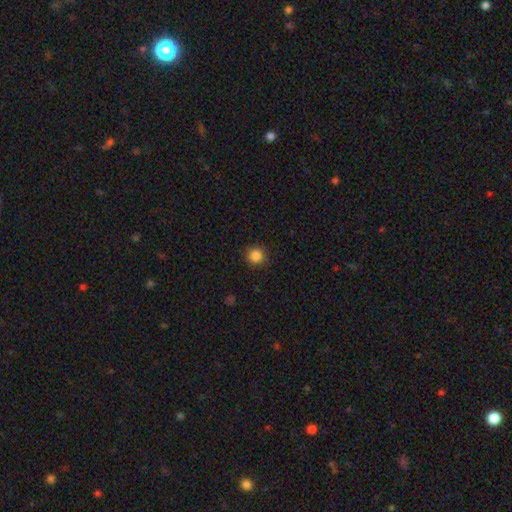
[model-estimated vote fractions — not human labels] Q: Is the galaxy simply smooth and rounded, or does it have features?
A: smooth — 85%.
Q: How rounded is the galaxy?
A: round — 93%.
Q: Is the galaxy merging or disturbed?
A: none — 90%.